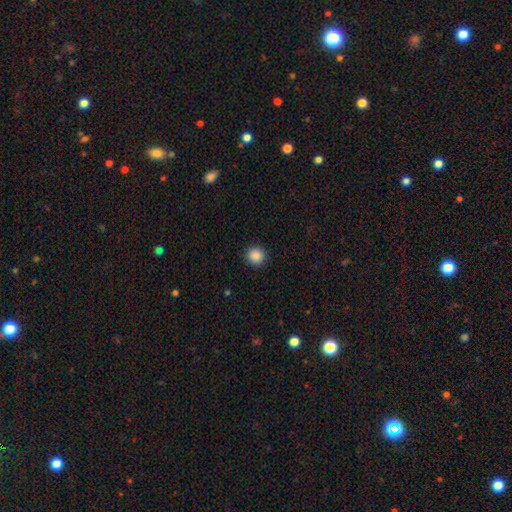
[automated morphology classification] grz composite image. It shows a smooth galaxy with no disk features (88%) that is round (93%). Merging: none (92%).